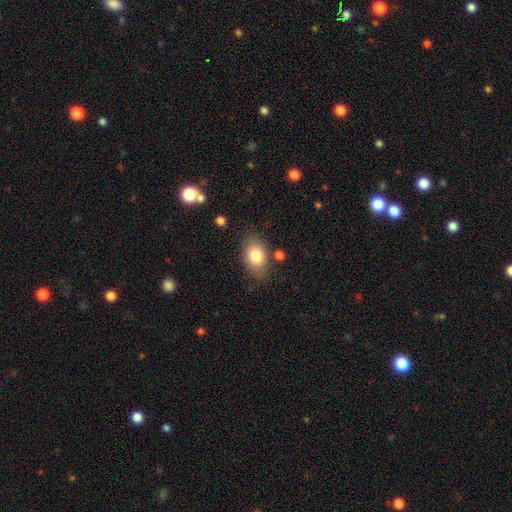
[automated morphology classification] A smooth galaxy with no disk features (82%) that is in between round and cigar-shaped (84%).

Vote fractions:
- Smooth or featured? smooth: 82% / featured or disk: 11% / star or artifact: 7%
- How rounded? in between: 84% / round: 14% / cigar-shaped: 2%
- Merging? none: 74% / minor disturbance: 17% / major disturbance: 5% / merger: 4%